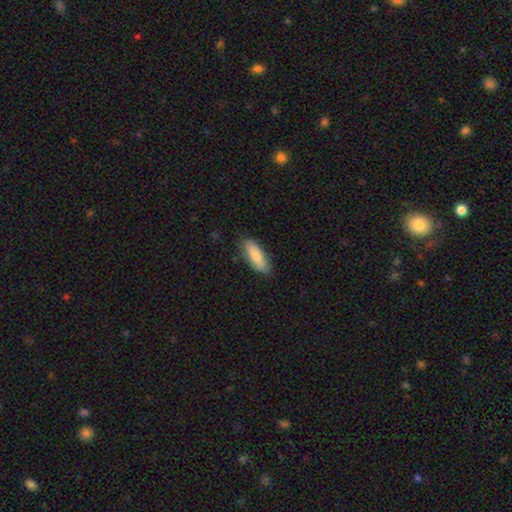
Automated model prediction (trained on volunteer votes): Smooth or featured? smooth (81%)
How rounded? in between (63%)
Merging? none (83%)